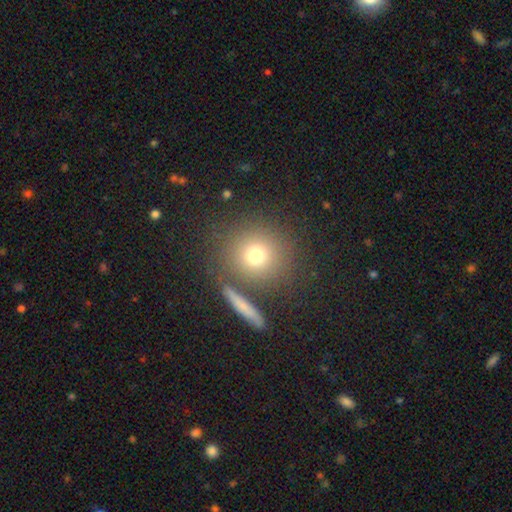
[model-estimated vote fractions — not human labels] Smooth or featured: smooth — 71% (star or artifact — 15%)
How rounded: round — 91% (in between — 7%)
Merging: none — 79% (merger — 9%)